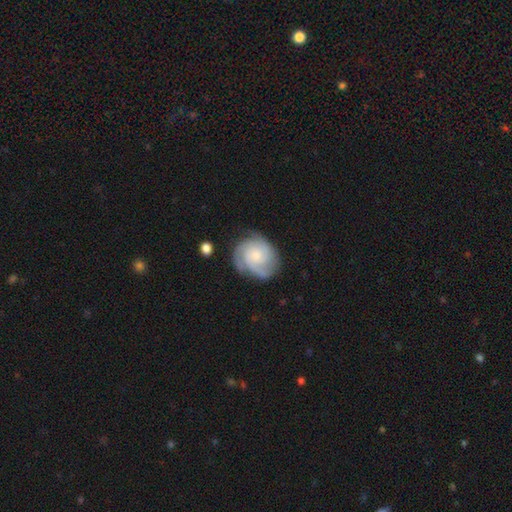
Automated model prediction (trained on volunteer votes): featured or disk 82%, smooth 13%, star or artifact 5%. Down the decision tree: edge-on disk — no (98%); bar — no (74%); spiral arms — yes (97%); spiral arm count — 3 (45%); spiral winding — tight (63%); bulge size — small (48%); merging — none (72%).